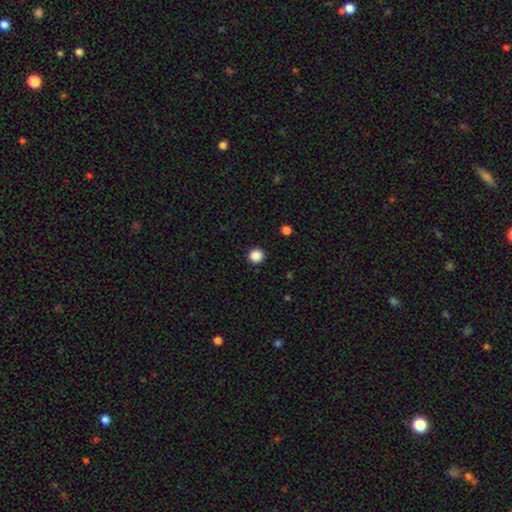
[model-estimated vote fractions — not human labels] Overall: smooth (87%). How rounded: round (93%). Merging: none (93%).